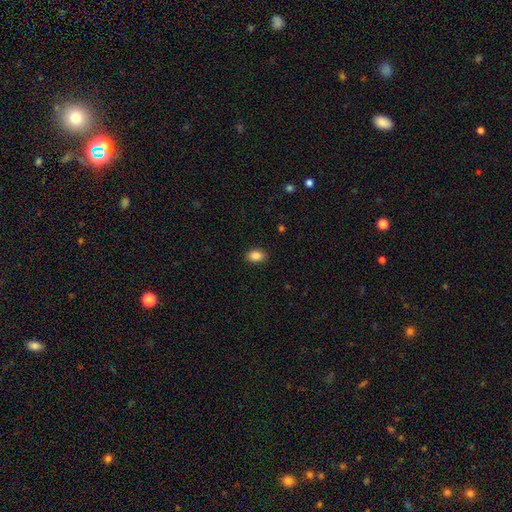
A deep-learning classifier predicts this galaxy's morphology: type=smooth (88%); roundness=in between (80%); merging=none (86%).